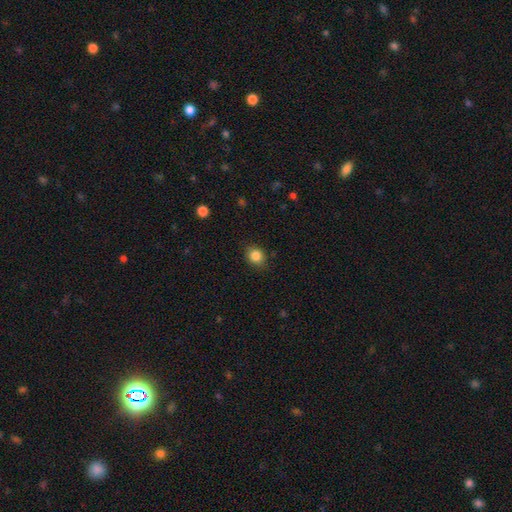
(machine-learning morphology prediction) type=smooth (85%); roundness=round (70%); merging=none (83%).